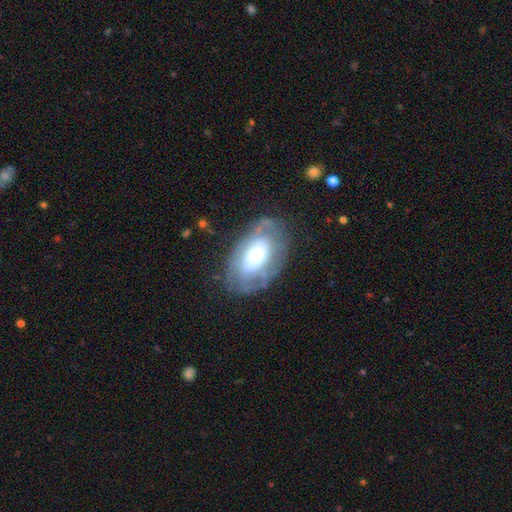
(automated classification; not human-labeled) Smooth or featured? Predicted: featured or disk (p=0.57). Edge-on disk? Predicted: no (p=0.93). Bar? Predicted: no (p=0.78). Spiral arms? Predicted: yes (p=0.53). Bulge size? Predicted: moderate (p=0.39). Merging? Predicted: none (p=0.66).